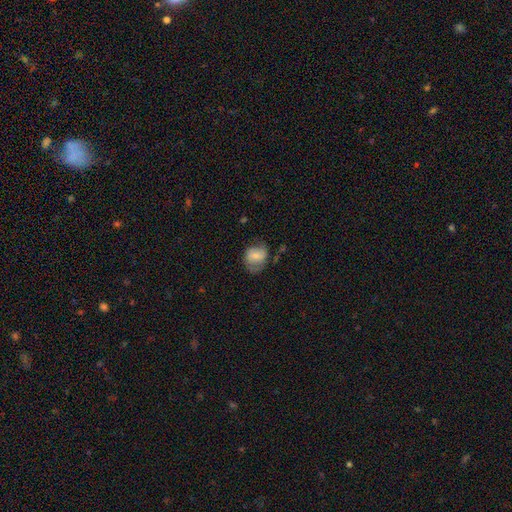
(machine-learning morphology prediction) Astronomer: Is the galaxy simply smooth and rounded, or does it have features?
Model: smooth — 62%.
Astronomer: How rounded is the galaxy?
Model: in between — 51% (runner-up: round, 47%).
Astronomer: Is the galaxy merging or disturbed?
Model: none — 49% (runner-up: minor disturbance, 31%).